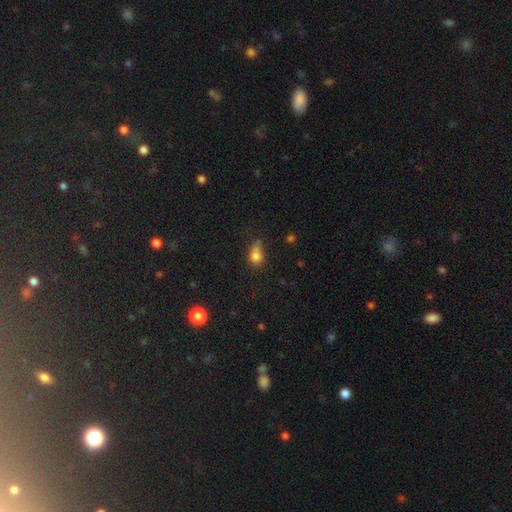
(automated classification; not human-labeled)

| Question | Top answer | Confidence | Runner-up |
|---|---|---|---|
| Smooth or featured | smooth | 78% | star or artifact (12%) |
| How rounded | round | 49% | in between (48%) |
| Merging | none | 38% | minor disturbance (36%) |